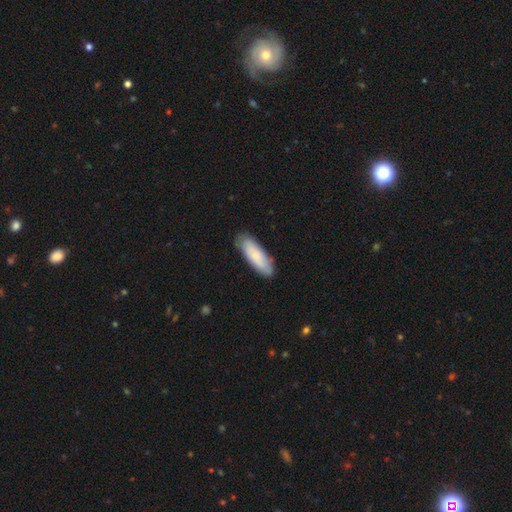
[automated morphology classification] smooth_or_featured: smooth (p=0.81) [alt: featured or disk p=0.13]
how_rounded: in between (p=0.57) [alt: cigar-shaped p=0.41]
merging: none (p=0.82) [alt: minor disturbance p=0.14]